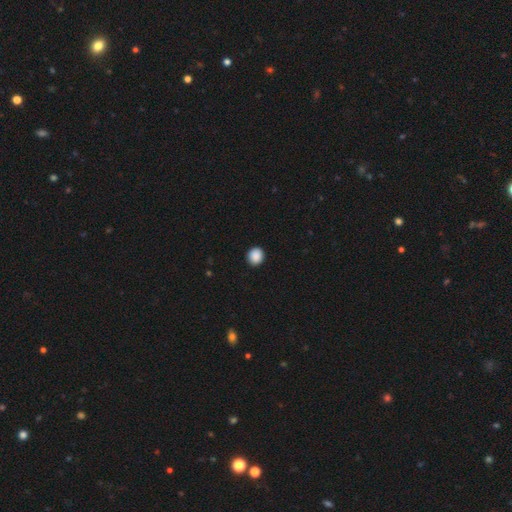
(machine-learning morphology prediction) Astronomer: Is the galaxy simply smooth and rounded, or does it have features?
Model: smooth — 90%.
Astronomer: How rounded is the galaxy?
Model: round — 82%.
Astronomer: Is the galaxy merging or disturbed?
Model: none — 92%.